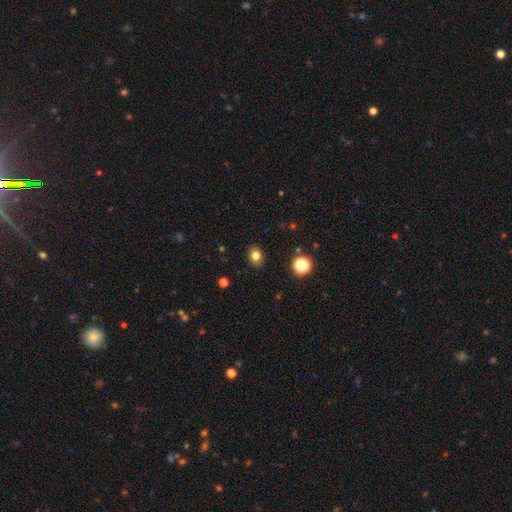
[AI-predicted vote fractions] Morphology: type=smooth (80%); roundness=round (53%); merging=none (89%).